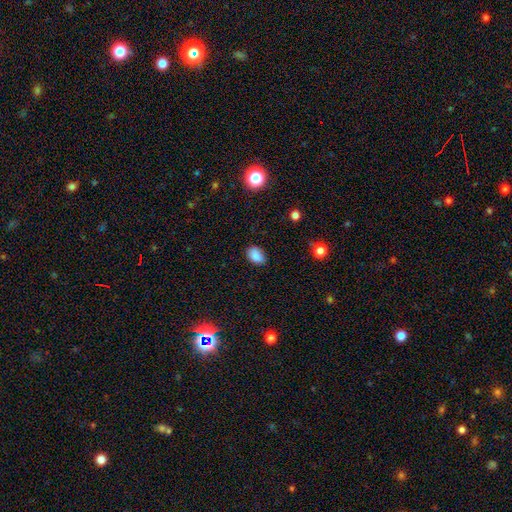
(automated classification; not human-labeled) This is clearly a smooth galaxy (86%). How rounded: clearly in between (81%). Merging: likely none (79%).